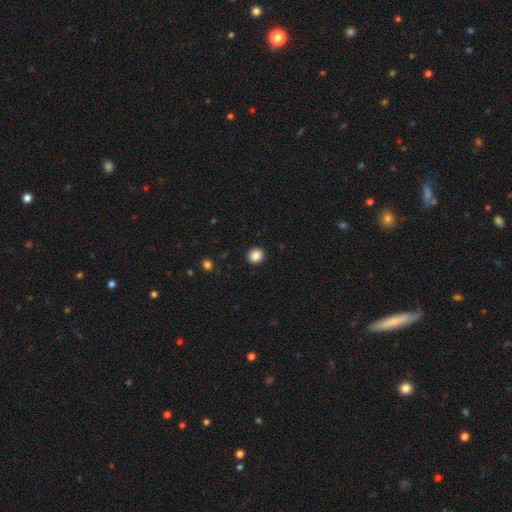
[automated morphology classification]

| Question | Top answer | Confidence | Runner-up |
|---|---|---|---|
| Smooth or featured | smooth | 87% | star or artifact (9%) |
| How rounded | round | 86% | in between (13%) |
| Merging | none | 93% | minor disturbance (5%) |